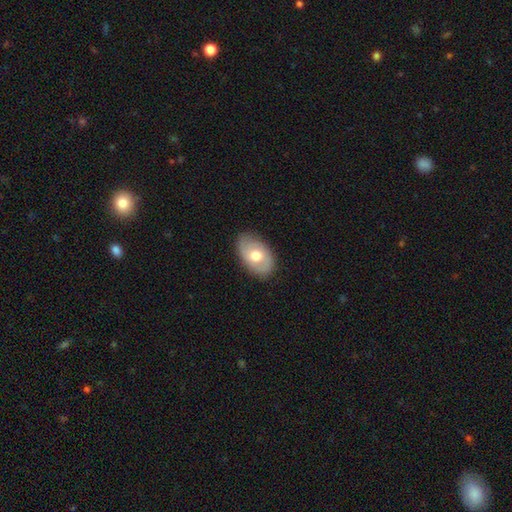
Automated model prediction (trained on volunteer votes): Morphology: type=smooth (56%); roundness=in between (89%); merging=none (80%).